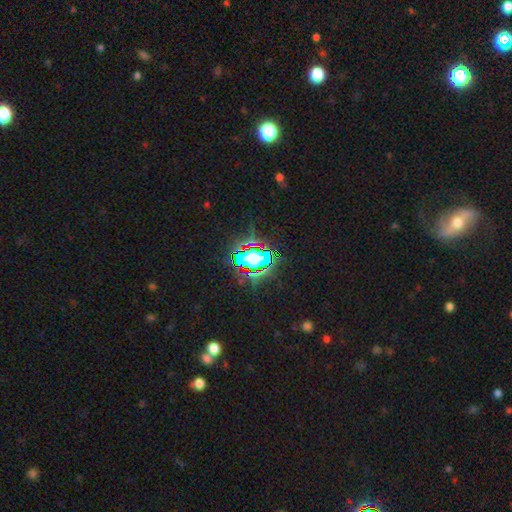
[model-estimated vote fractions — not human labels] This appears to be a star or artifact, not a galaxy (61%).